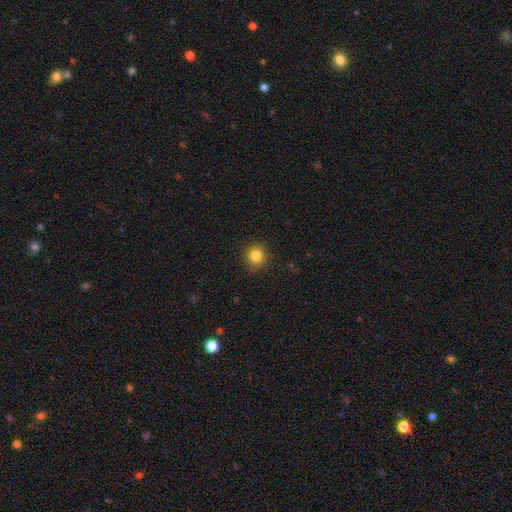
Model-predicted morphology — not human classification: Smooth or featured? smooth (83%)
How rounded? round (88%)
Merging? none (87%)